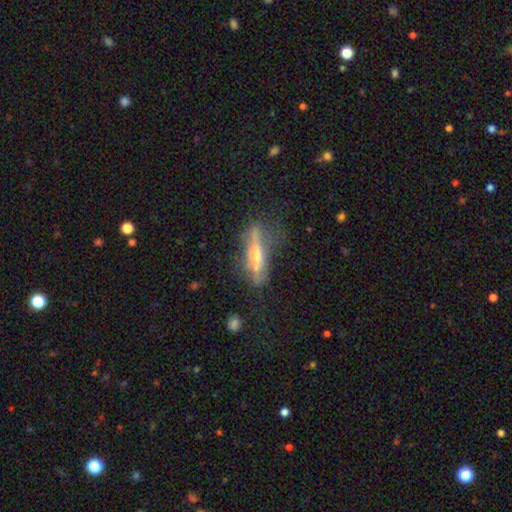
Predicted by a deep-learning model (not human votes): This appears to be a featured or disk galaxy (57%) viewed edge-on (82%). Merging: none (63%).